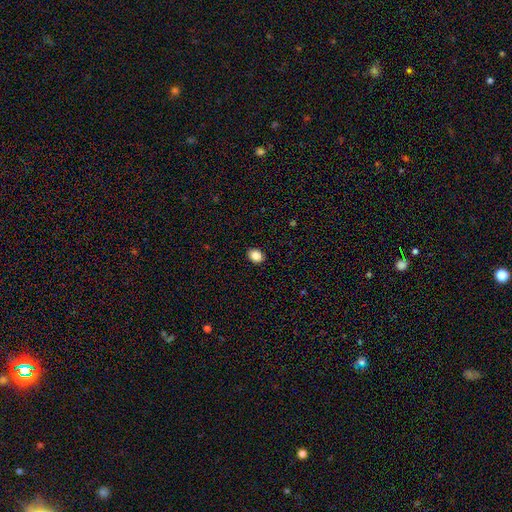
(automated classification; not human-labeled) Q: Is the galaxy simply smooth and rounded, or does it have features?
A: smooth — 86%.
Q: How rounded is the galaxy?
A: in between — 60%.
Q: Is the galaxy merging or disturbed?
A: none — 90%.